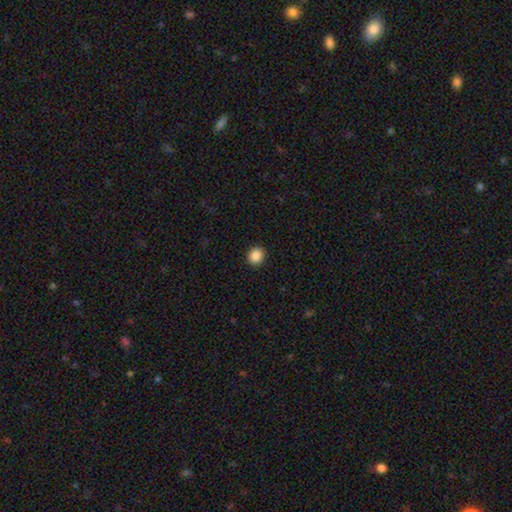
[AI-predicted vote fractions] smooth_or_featured: smooth (p=0.87) [alt: star or artifact p=0.10]
how_rounded: round (p=0.82) [alt: in between p=0.17]
merging: none (p=0.93) [alt: minor disturbance p=0.05]